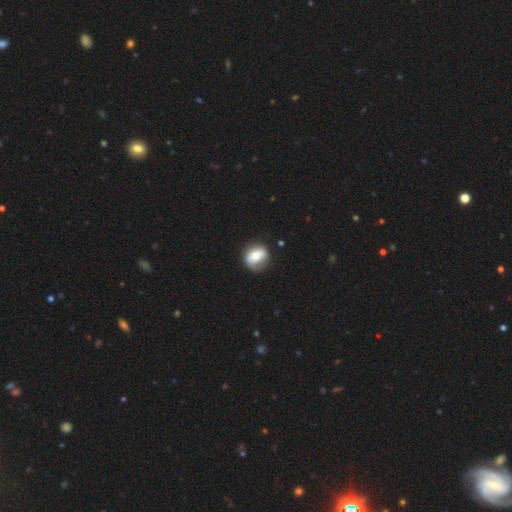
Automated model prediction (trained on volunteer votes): Q: Smooth or featured?
A: smooth (57%); runner-up: featured or disk (35%)
Q: How rounded?
A: round (72%); runner-up: in between (27%)
Q: Merging?
A: none (70%); runner-up: minor disturbance (21%)